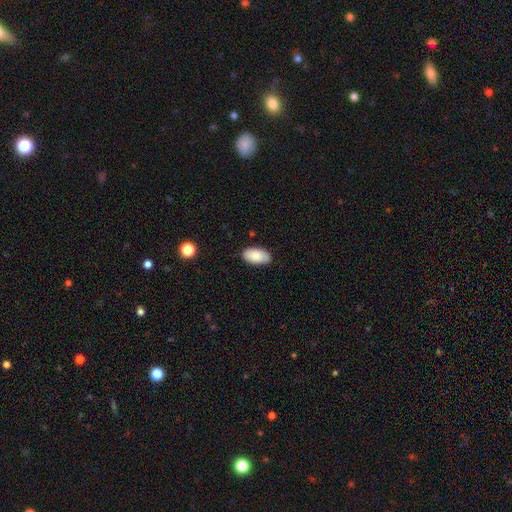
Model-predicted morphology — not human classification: Smooth or featured? smooth (87%)
How rounded? in between (95%)
Merging? none (86%)